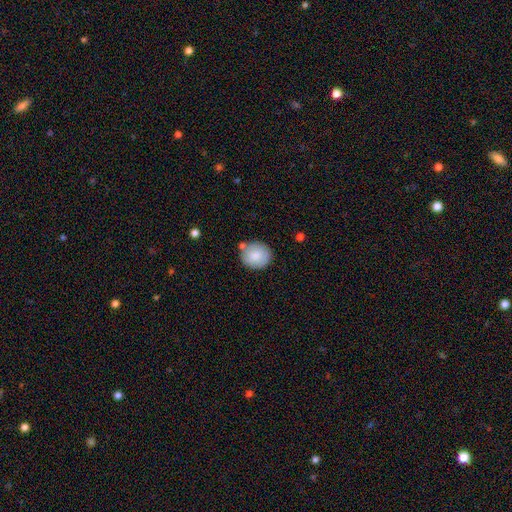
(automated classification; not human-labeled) Overall: smooth (82%). How rounded: round (81%). Merging: none (74%).